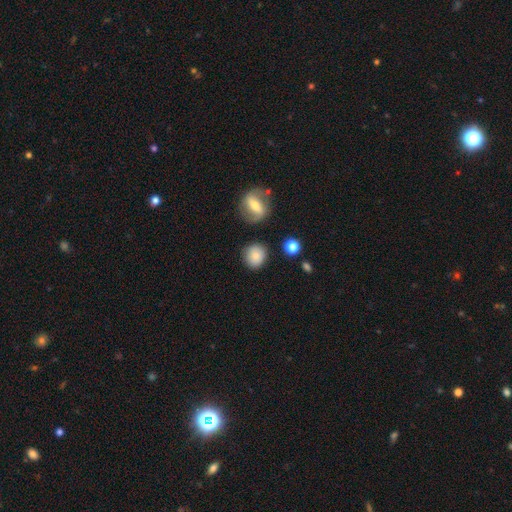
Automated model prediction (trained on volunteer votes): A smooth galaxy with no disk features (78%) that is round (85%). Merging: none (82%).